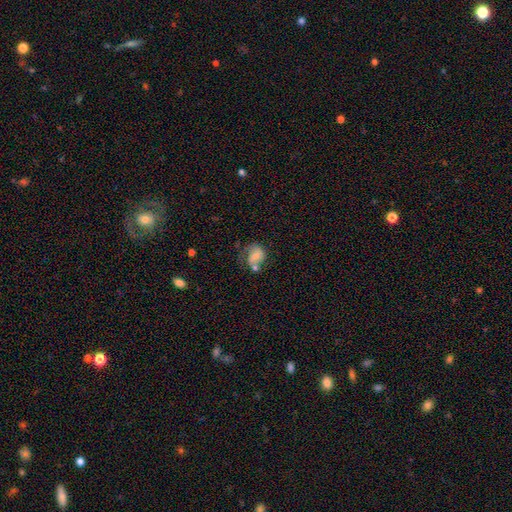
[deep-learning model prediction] Smooth or featured? smooth (47%)
Merging? none (38%)